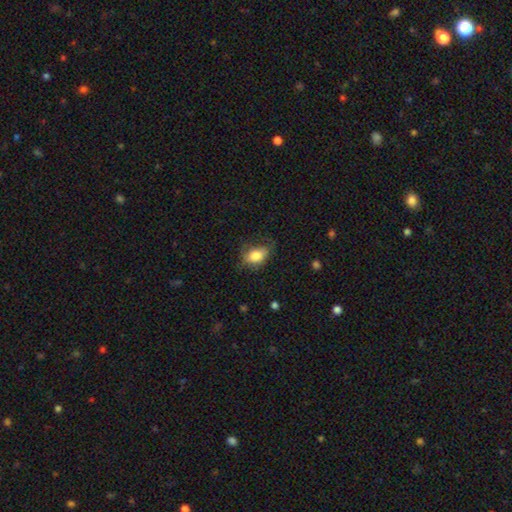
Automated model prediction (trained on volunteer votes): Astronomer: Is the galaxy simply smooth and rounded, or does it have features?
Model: smooth — 80%.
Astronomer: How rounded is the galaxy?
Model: in between — 81%.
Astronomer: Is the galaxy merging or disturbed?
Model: none — 53% (runner-up: minor disturbance, 30%).